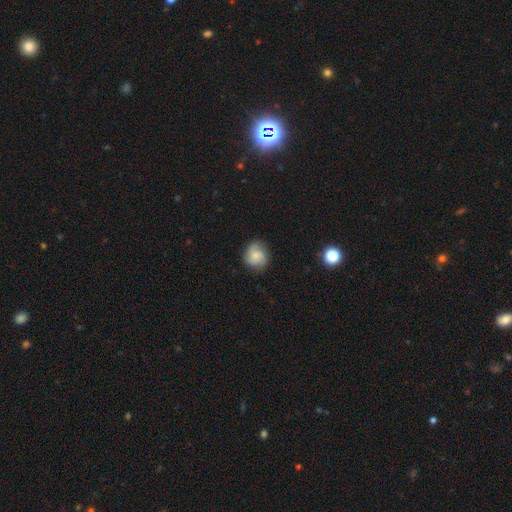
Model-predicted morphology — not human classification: This is possibly a smooth galaxy (59%). How rounded: likely round (79%). Merging: likely none (73%).